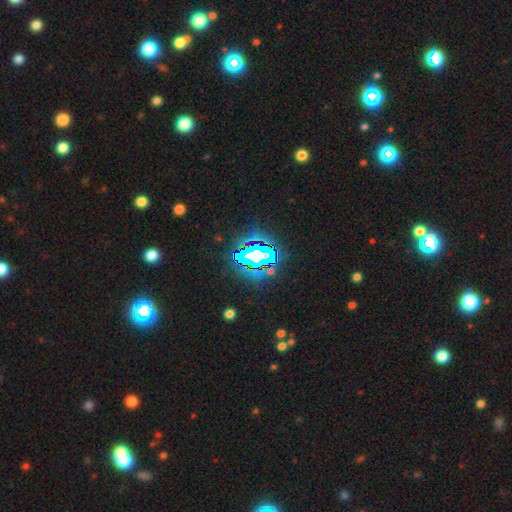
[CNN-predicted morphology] star or artifact 69%, featured or disk 16%, smooth 15%.